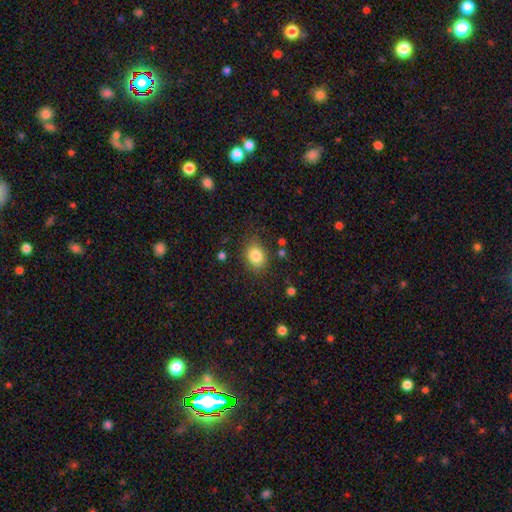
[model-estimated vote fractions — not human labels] smooth_or_featured: smooth (p=0.84) [alt: star or artifact p=0.10]
how_rounded: in between (p=0.52) [alt: round p=0.47]
merging: none (p=0.79) [alt: minor disturbance p=0.14]